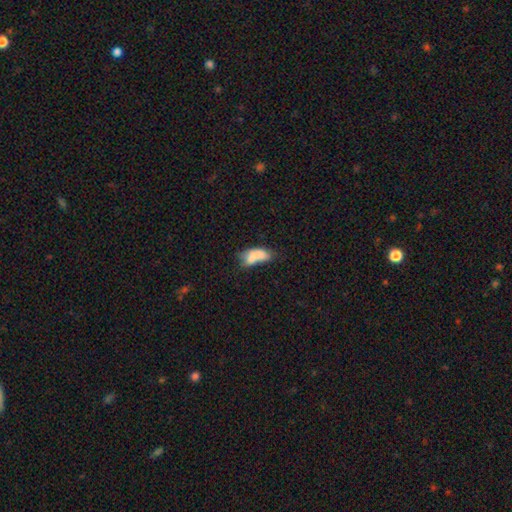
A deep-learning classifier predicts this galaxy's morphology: Smooth or featured? smooth (70%)
How rounded? in between (82%)
Merging? merger (48%)